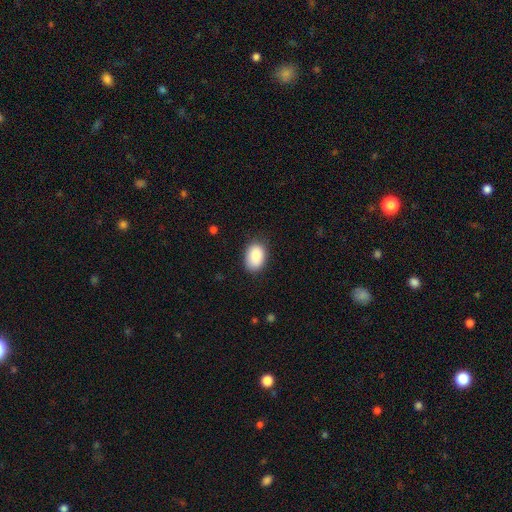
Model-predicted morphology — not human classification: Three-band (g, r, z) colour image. It shows a smooth galaxy with no disk features (87%) that is in between round and cigar-shaped (84%). Merging: none (81%).